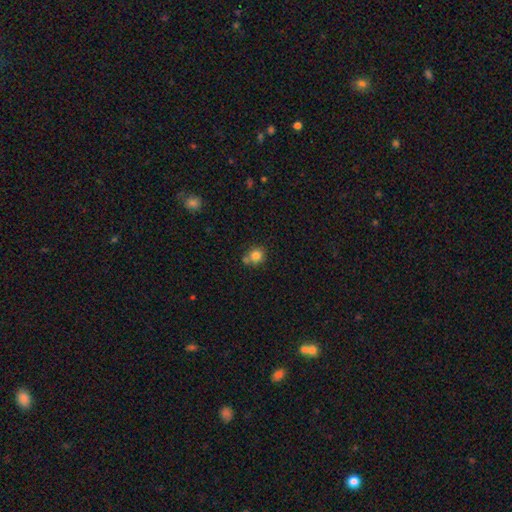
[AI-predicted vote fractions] Morphology: type=smooth (81%); roundness=round (83%); merging=none (59%).